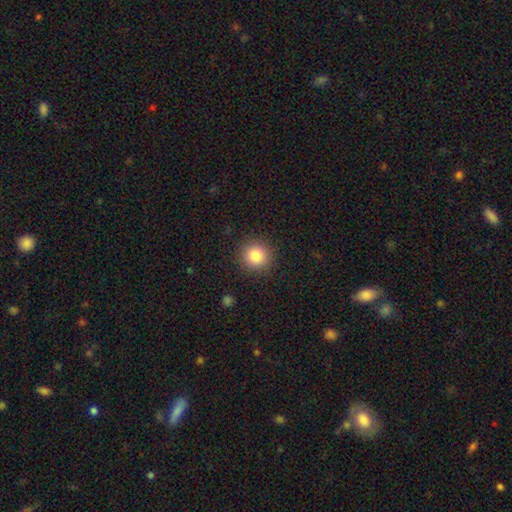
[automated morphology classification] Overall: smooth (84%). How rounded: round (94%). Merging: none (90%).